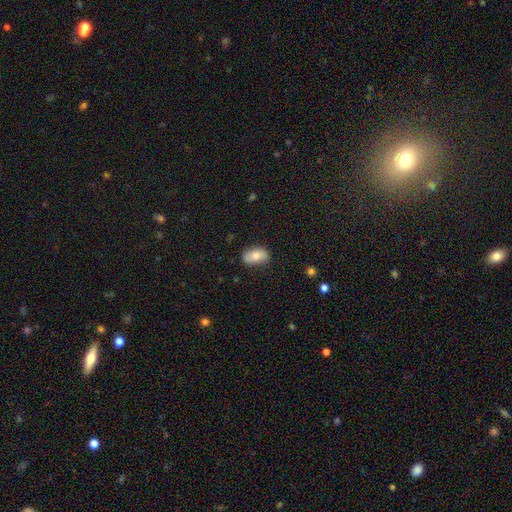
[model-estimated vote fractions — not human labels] This appears to be a smooth galaxy with no disk features (80%) that is in between round and cigar-shaped (91%). Merging: none (78%).